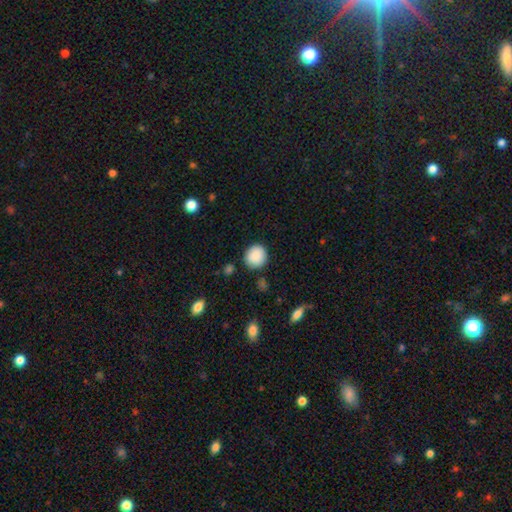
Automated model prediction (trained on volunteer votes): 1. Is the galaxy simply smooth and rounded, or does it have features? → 89% smooth, 8% star or artifact, 4% featured or disk.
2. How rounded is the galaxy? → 88% round, 11% in between, 1% cigar-shaped.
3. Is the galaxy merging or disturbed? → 84% none, 10% minor disturbance, 3% major disturbance, 3% merger.